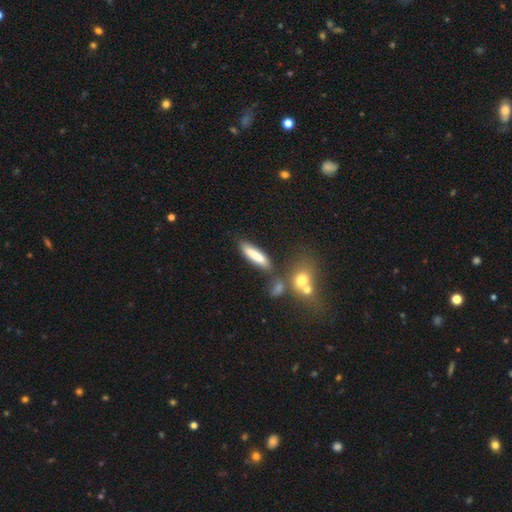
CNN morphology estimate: A smooth galaxy with no disk features (78%) that is cigar-shaped (77%).

Vote fractions:
- Smooth or featured? smooth: 78% / featured or disk: 15% / star or artifact: 7%
- How rounded? cigar-shaped: 77% / in between: 20% / round: 2%
- Merging? none: 68% / minor disturbance: 15% / merger: 12% / major disturbance: 5%